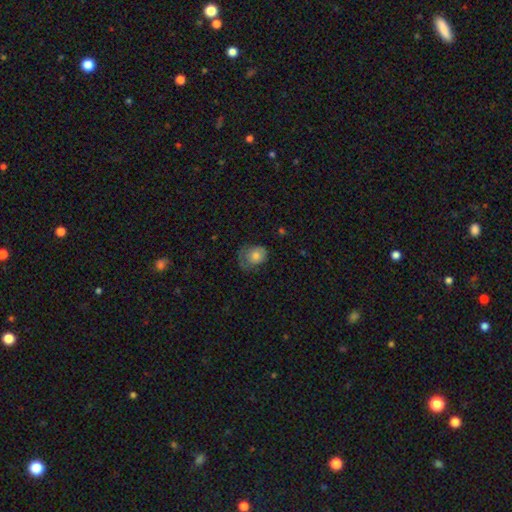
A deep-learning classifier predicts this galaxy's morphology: smooth_or_featured: smooth (p=0.69) [alt: featured or disk p=0.22]
how_rounded: round (p=0.56) [alt: in between p=0.43]
merging: none (p=0.44) [alt: minor disturbance p=0.32]